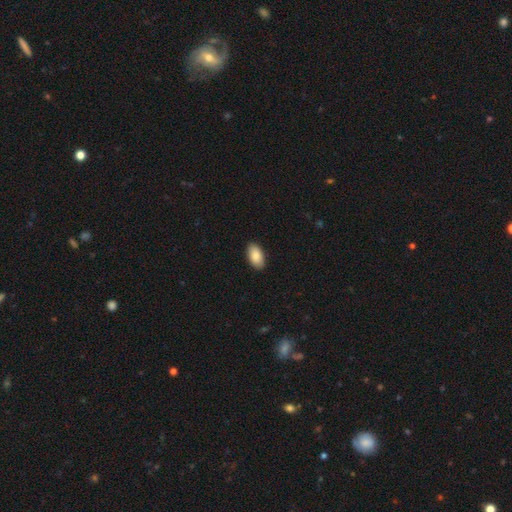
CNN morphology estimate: smooth_or_featured: smooth (p=0.88) [alt: featured or disk p=0.06]
how_rounded: in between (p=0.95) [alt: round p=0.03]
merging: none (p=0.90) [alt: minor disturbance p=0.08]